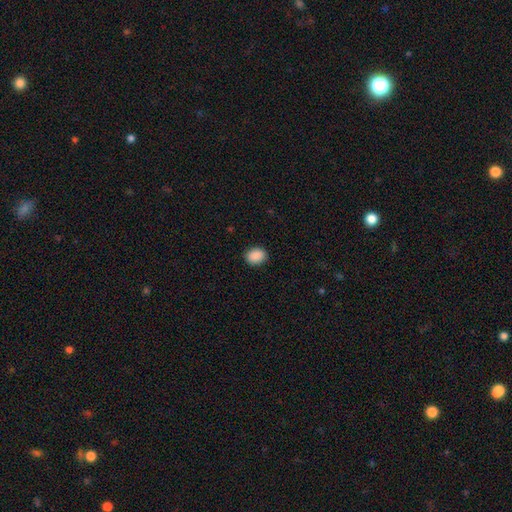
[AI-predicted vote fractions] This appears to be a smooth galaxy with no disk features (90%) that is in between round and cigar-shaped (60%). Merging: none (89%).